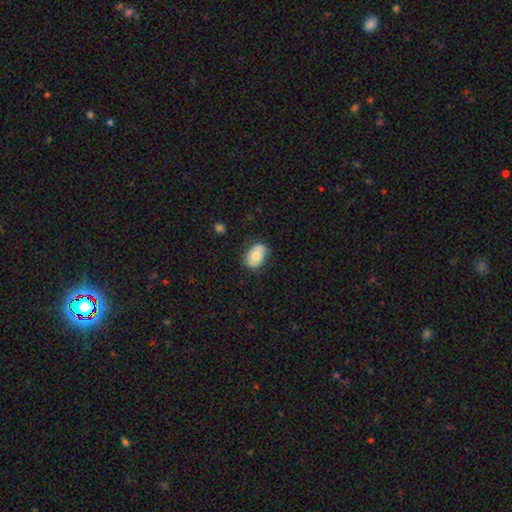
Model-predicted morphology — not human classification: smooth_or_featured: smooth (p=0.70) [alt: featured or disk p=0.23]
how_rounded: in between (p=0.82) [alt: round p=0.17]
merging: none (p=0.73) [alt: minor disturbance p=0.20]